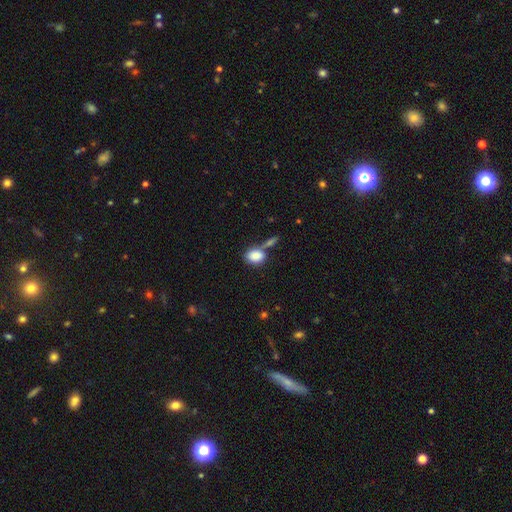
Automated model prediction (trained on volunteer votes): Smooth or featured?
  - smooth: 86% *
  - star or artifact: 8%
  - featured or disk: 6%
How rounded?
  - in between: 75% *
  - round: 23%
  - cigar-shaped: 2%
Merging?
  - none: 48% *
  - merger: 32%
  - minor disturbance: 14%
  - major disturbance: 6%